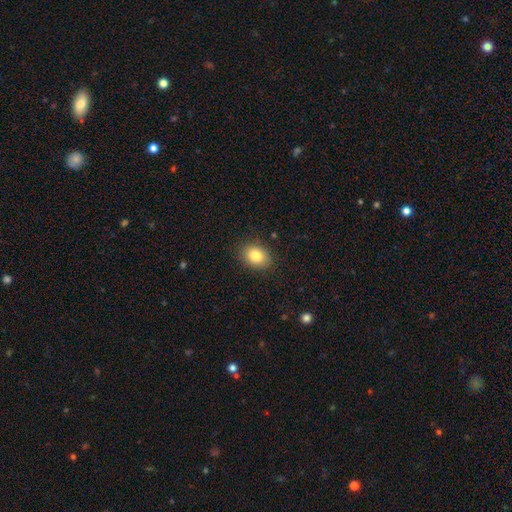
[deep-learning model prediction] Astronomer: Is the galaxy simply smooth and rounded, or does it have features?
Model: smooth — 83%.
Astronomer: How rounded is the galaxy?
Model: in between — 67%.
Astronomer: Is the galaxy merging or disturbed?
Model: none — 87%.